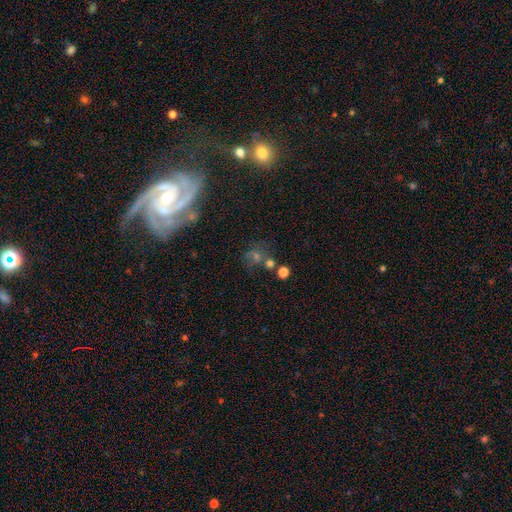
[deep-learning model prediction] Smooth or featured: featured or disk — 40% (smooth — 32%)
Merging: none — 55% (minor disturbance — 17%)